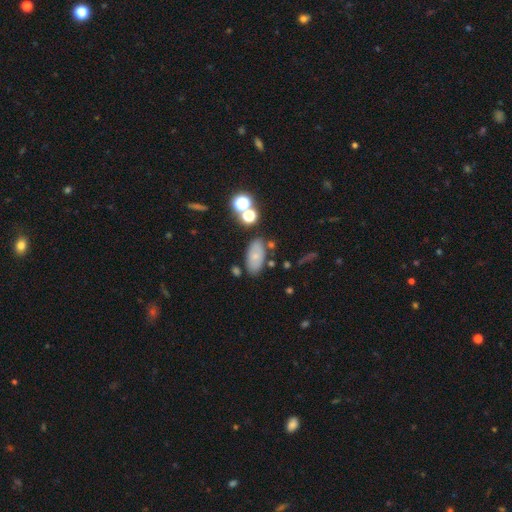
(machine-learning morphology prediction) This is likely a smooth galaxy (68%). How rounded: clearly in between (91%). Merging: likely none (76%).